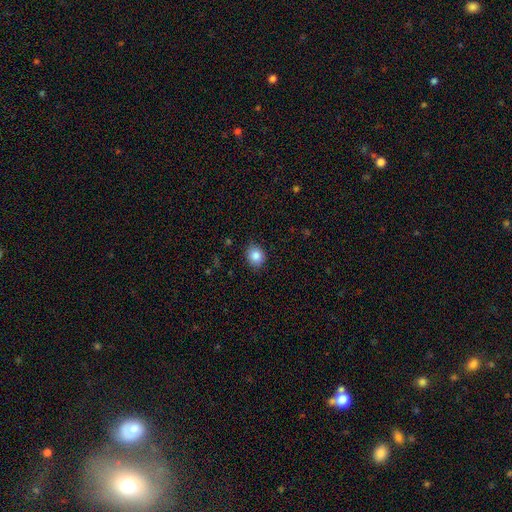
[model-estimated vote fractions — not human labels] Smooth or featured: smooth — 86% (star or artifact — 9%)
How rounded: round — 62% (in between — 37%)
Merging: none — 87% (minor disturbance — 10%)